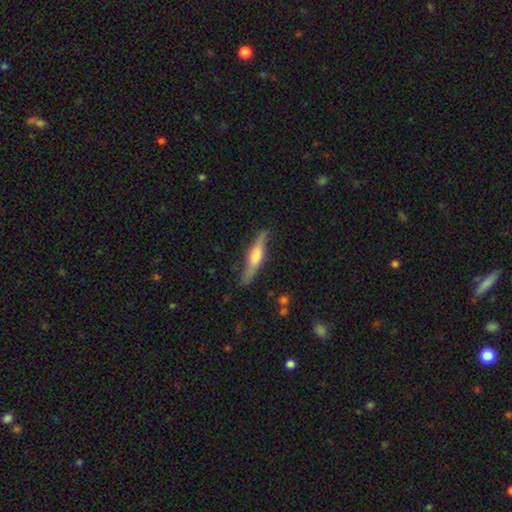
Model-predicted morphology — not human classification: This appears to be a featured or disk galaxy (64%) viewed edge-on (93%) with a rounded central bulge (83%). Merging: none (82%).